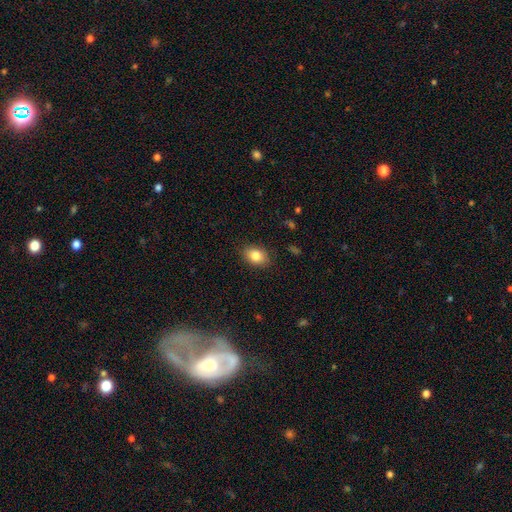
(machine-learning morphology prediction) Smooth or featured: smooth — 83% (star or artifact — 8%)
How rounded: in between — 77% (round — 22%)
Merging: none — 87% (minor disturbance — 9%)